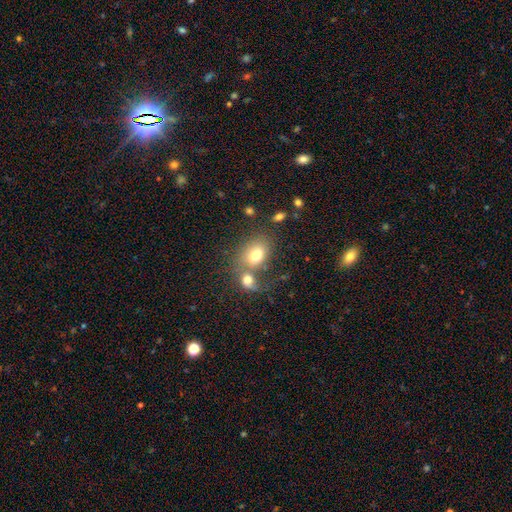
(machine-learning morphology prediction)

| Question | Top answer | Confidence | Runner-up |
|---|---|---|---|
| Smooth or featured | smooth | 75% | featured or disk (15%) |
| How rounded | in between | 74% | round (25%) |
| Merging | merger | 45% | none (38%) |